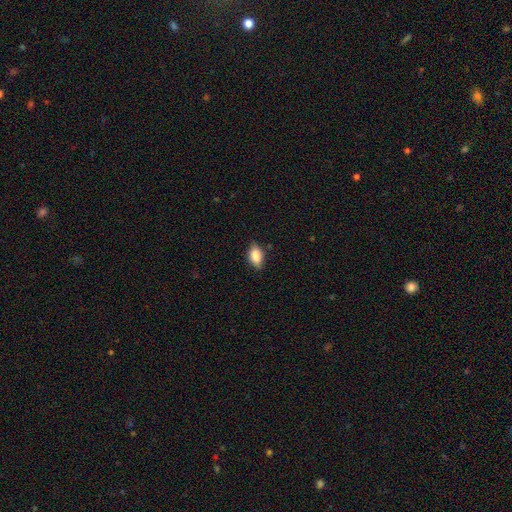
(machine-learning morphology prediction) Q: Smooth or featured?
A: smooth (83%); runner-up: featured or disk (9%)
Q: How rounded?
A: in between (87%); runner-up: round (9%)
Q: Merging?
A: none (80%); runner-up: minor disturbance (16%)